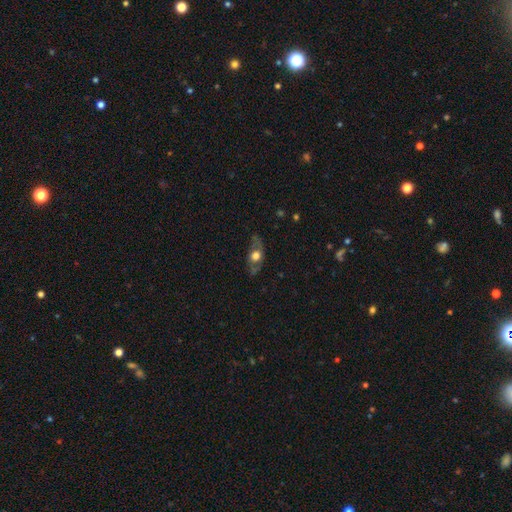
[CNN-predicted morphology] smooth_or_featured: featured or disk (p=0.48) [alt: smooth p=0.43]
merging: none (p=0.66) [alt: minor disturbance p=0.21]